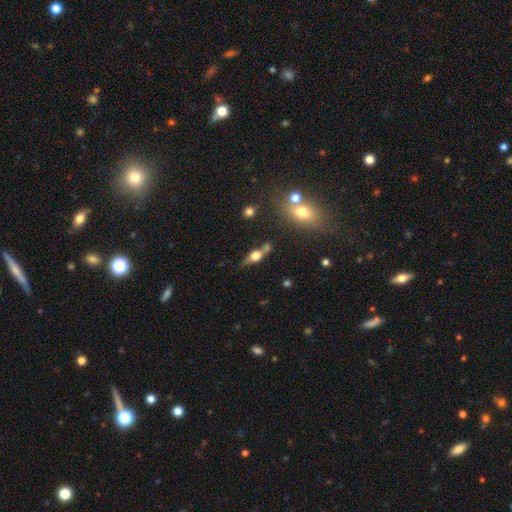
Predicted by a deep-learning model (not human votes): Smooth or featured? featured or disk (45%, tied with smooth)
Merging? none (57%)